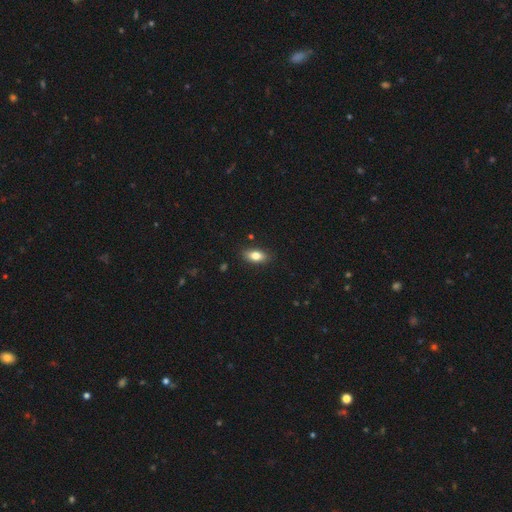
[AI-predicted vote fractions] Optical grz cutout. It shows a smooth galaxy with no disk features (78%) that is in between round and cigar-shaped (86%). Merging: none (86%).